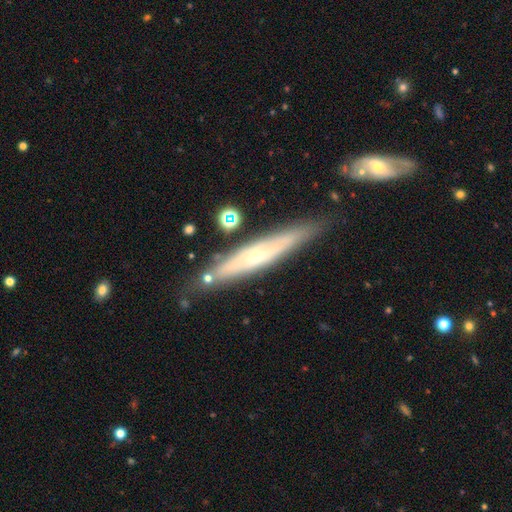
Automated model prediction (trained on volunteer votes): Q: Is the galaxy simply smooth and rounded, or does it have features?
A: featured or disk — 68%.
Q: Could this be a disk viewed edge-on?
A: yes — 74%.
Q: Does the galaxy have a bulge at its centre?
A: rounded — 63%.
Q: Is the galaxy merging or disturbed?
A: none — 77%.